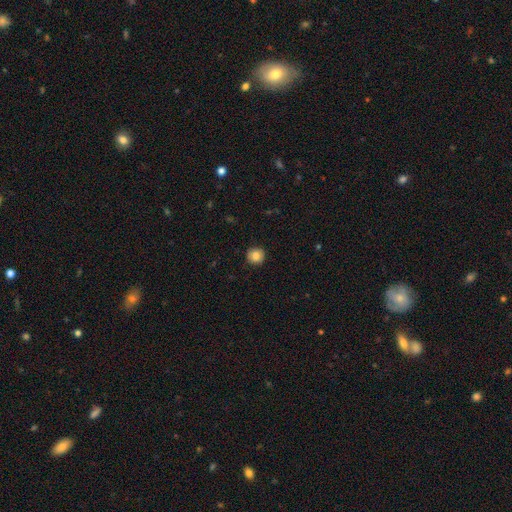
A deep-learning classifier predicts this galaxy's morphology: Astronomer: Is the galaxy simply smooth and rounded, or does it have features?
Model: smooth — 83%.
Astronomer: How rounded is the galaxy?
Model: round — 93%.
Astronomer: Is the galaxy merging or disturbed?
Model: none — 91%.